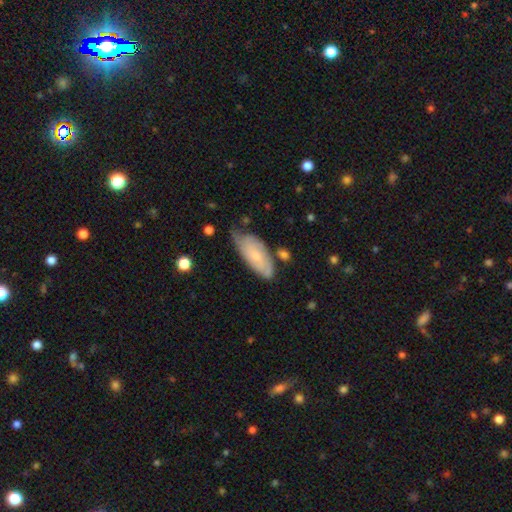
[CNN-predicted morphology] Smooth or featured? Predicted: smooth (p=0.54). How rounded? Predicted: in between (p=0.83). Merging? Predicted: none (p=0.49).